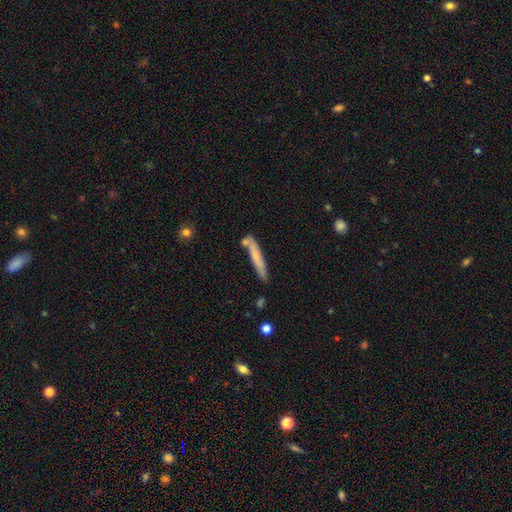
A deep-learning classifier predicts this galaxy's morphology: Smooth or featured?
  - smooth: 59% *
  - featured or disk: 34%
  - star or artifact: 7%
How rounded?
  - cigar-shaped: 94% *
  - in between: 4%
  - round: 1%
Merging?
  - none: 70% *
  - minor disturbance: 16%
  - merger: 10%
  - major disturbance: 4%